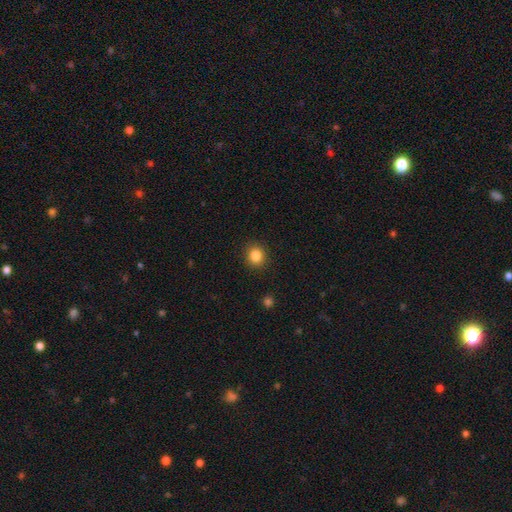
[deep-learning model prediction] A smooth galaxy with no disk features (84%) that is round (82%).

Vote fractions:
- Smooth or featured? smooth: 84% / star or artifact: 11% / featured or disk: 5%
- How rounded? round: 82% / in between: 17% / cigar-shaped: 1%
- Merging? none: 90% / minor disturbance: 6% / major disturbance: 2% / merger: 1%